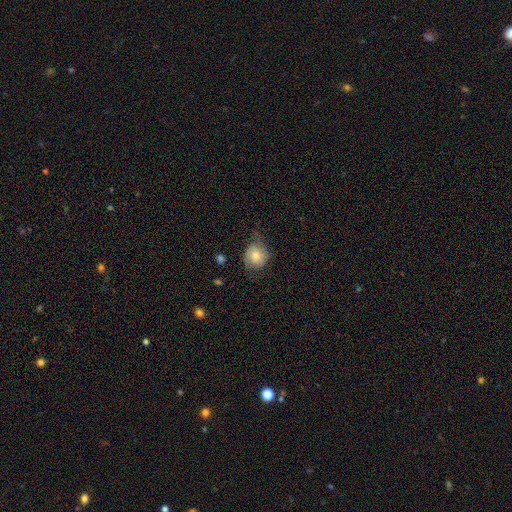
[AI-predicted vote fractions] smooth_or_featured: smooth (p=0.61) [alt: featured or disk p=0.32]
how_rounded: round (p=0.72) [alt: in between p=0.27]
merging: none (p=0.48) [alt: minor disturbance p=0.35]